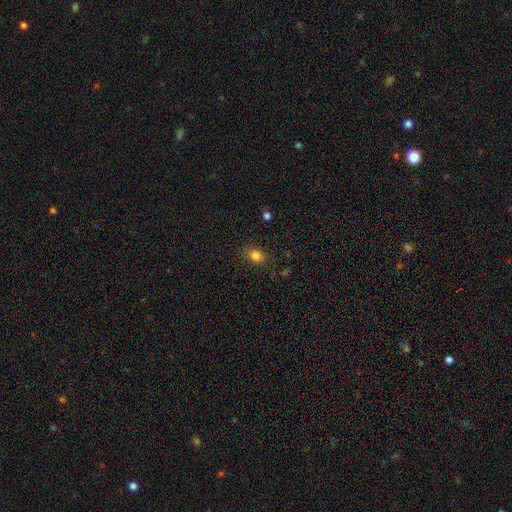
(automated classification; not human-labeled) This appears to be a smooth galaxy with no disk features (81%) that is round (53%). Merging: none (82%).